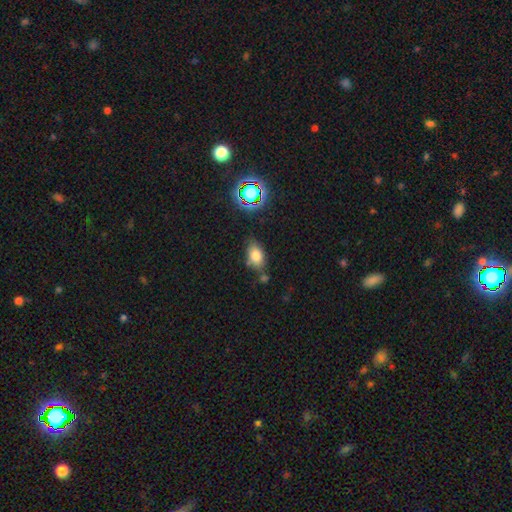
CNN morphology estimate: Smooth or featured?
  - smooth: 77% *
  - star or artifact: 13%
  - featured or disk: 10%
How rounded?
  - in between: 85% *
  - round: 13%
  - cigar-shaped: 2%
Merging?
  - none: 69% *
  - minor disturbance: 18%
  - merger: 8%
  - major disturbance: 4%